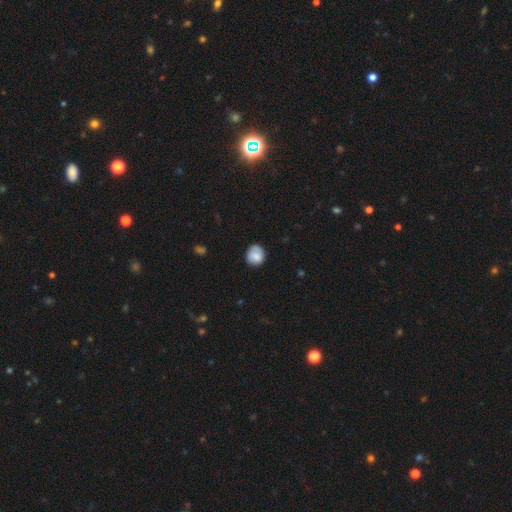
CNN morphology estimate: The model was most divided on "merging": none: 69%, minor disturbance: 23%, major disturbance: 6%, merger: 2%. More confident: smooth or featured — smooth (77%); how rounded — round (76%).